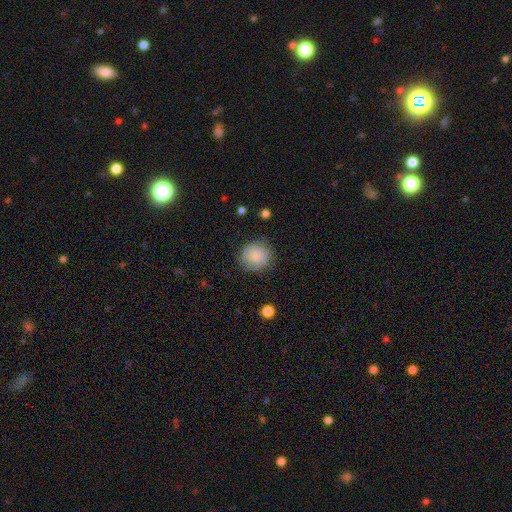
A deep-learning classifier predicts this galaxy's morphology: A smooth galaxy with no disk features (77%) that is round (87%). Merging: none (78%).